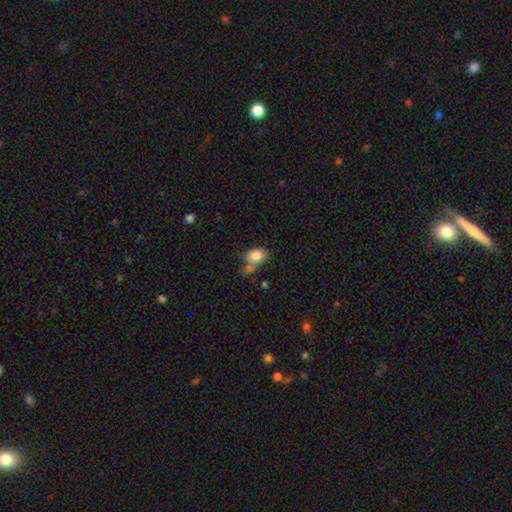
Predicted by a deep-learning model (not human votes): A smooth galaxy with no disk features (85%) that is in between round and cigar-shaped (84%). Merging: none (42%).